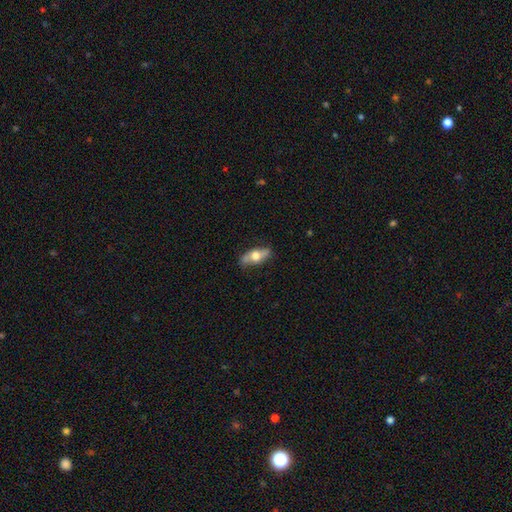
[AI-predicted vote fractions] smooth_or_featured: smooth (p=0.51) [alt: featured or disk p=0.43]
how_rounded: in between (p=0.74) [alt: cigar-shaped p=0.21]
merging: none (p=0.78) [alt: minor disturbance p=0.17]